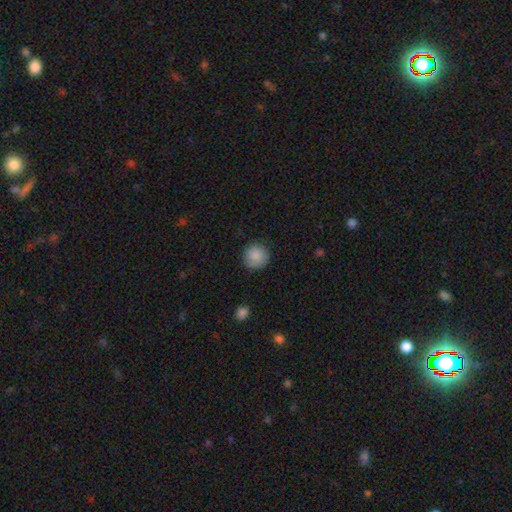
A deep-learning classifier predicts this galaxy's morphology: smooth 87%, star or artifact 8%, featured or disk 5%. Down the decision tree: how rounded — round (93%); merging — none (85%).